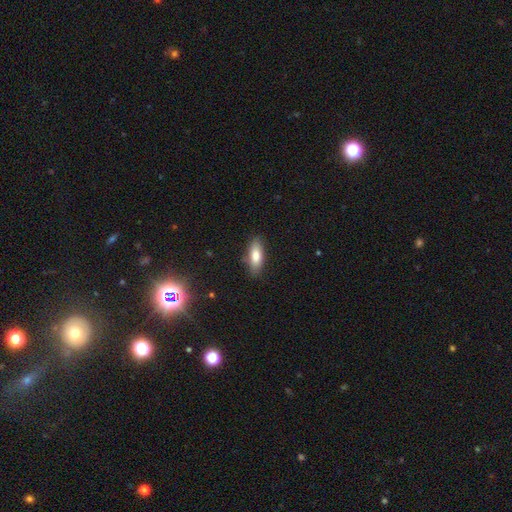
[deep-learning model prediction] smooth 79%, featured or disk 14%, star or artifact 7%. Down the decision tree: how rounded — in between (72%); merging — none (82%).